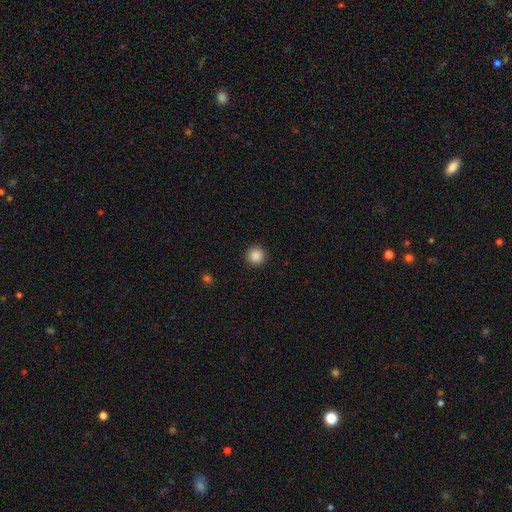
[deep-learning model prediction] smooth_or_featured: smooth (p=0.87) [alt: star or artifact p=0.10]
how_rounded: round (p=0.96) [alt: in between p=0.03]
merging: none (p=0.93) [alt: minor disturbance p=0.04]